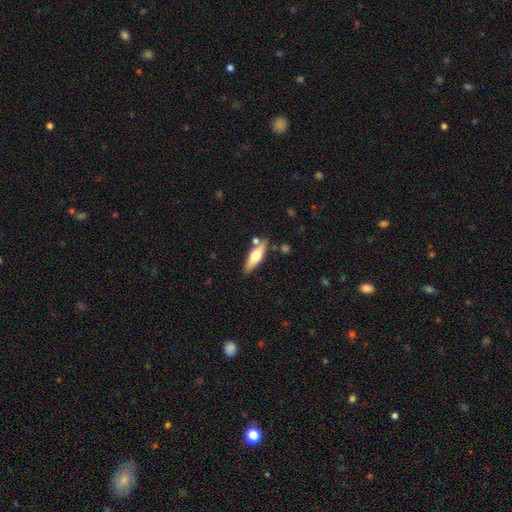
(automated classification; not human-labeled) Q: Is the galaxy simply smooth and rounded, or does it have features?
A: smooth — 48%.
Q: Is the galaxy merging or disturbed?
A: none — 78%.